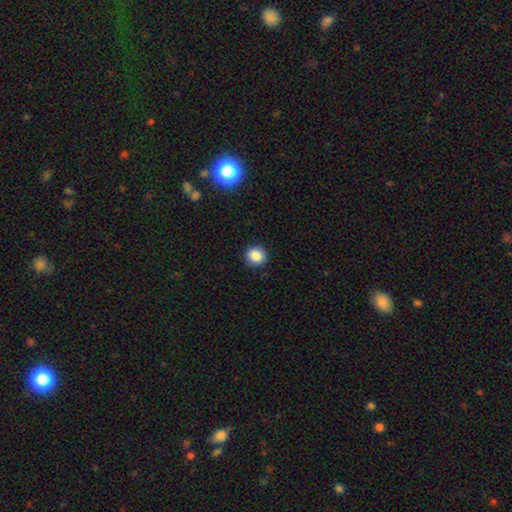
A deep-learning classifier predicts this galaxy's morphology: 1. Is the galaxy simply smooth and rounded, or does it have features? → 86% smooth, 10% star or artifact, 4% featured or disk.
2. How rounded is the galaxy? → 90% round, 9% in between, 1% cigar-shaped.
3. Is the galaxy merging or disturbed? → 91% none, 6% minor disturbance, 2% major disturbance, 1% merger.